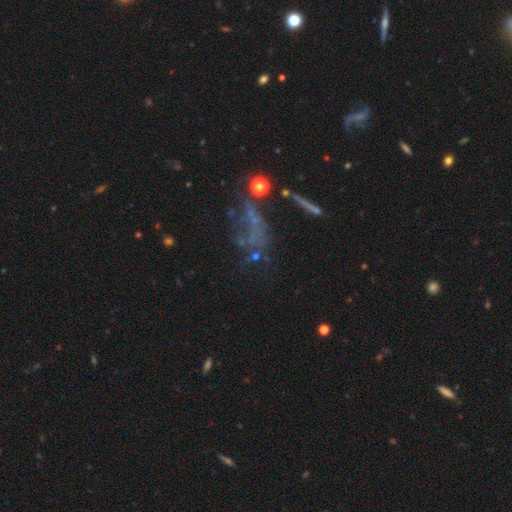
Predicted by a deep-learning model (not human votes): This appears to be a featured or disk galaxy (41%). Merging: none (39%).